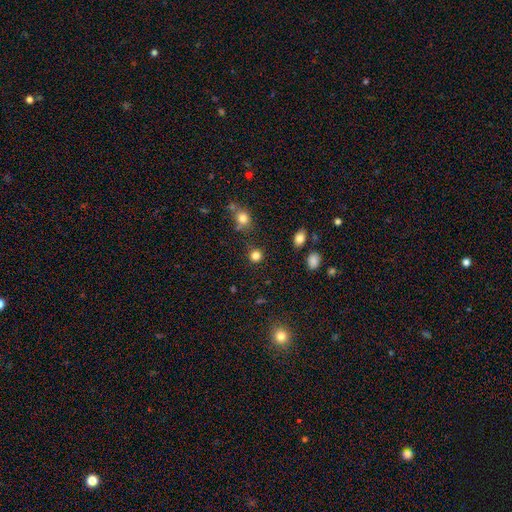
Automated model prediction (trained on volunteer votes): A smooth galaxy with no disk features (82%) that is round (90%).

Vote fractions:
- Smooth or featured? smooth: 82% / star or artifact: 14% / featured or disk: 5%
- How rounded? round: 90% / in between: 9% / cigar-shaped: 1%
- Merging? none: 84% / minor disturbance: 9% / merger: 4% / major disturbance: 3%